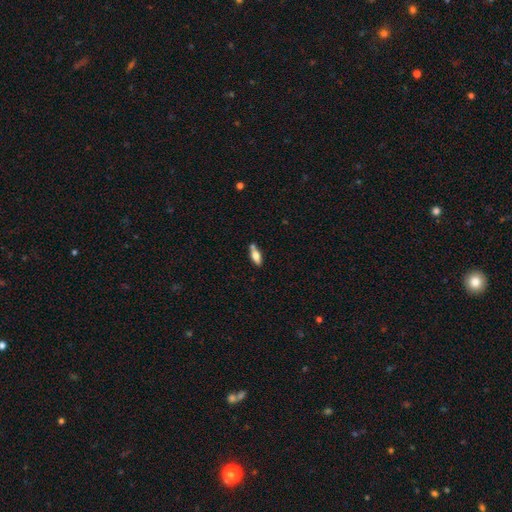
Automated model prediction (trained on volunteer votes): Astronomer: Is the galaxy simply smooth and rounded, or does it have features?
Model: smooth — 66%.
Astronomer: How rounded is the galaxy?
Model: in between — 70%.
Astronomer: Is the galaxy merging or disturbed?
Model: none — 67%.